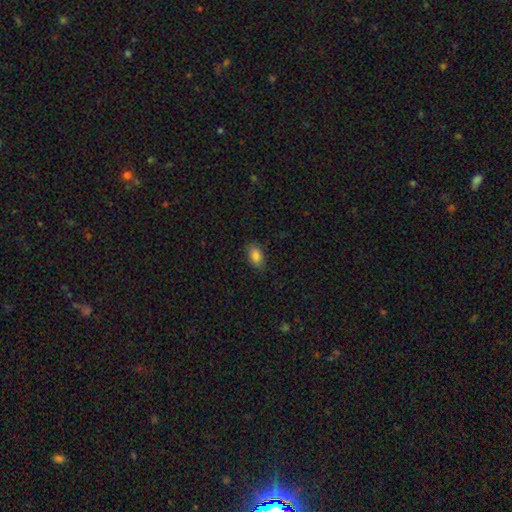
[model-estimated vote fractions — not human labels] smooth-or-featured: smooth: 86% | star or artifact: 9% | featured or disk: 6%
  how-rounded: in between: 89% | round: 9% | cigar-shaped: 2%
  merging: none: 82% | minor disturbance: 14% | major disturbance: 3% | merger: 1%